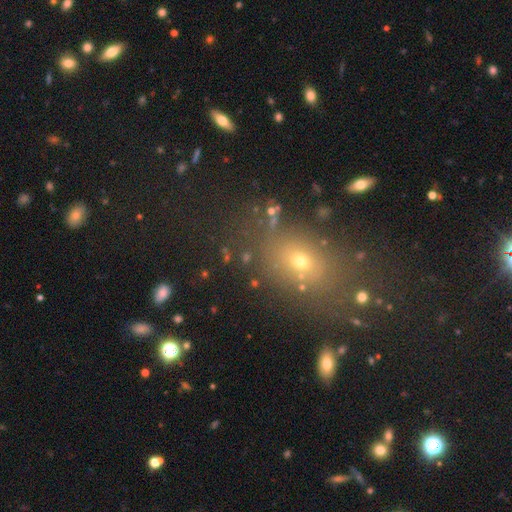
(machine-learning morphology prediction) smooth 52%, star or artifact 35%, featured or disk 13%. Down the decision tree: how rounded — in between (56%); merging — none (78%).